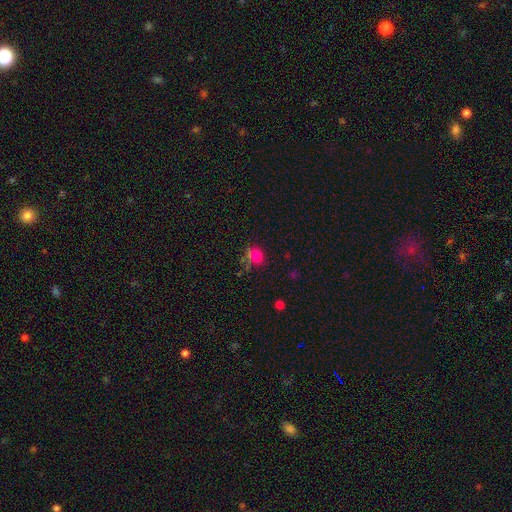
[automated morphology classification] Smooth or featured? smooth (73%)
How rounded? round (68%)
Merging? none (60%)